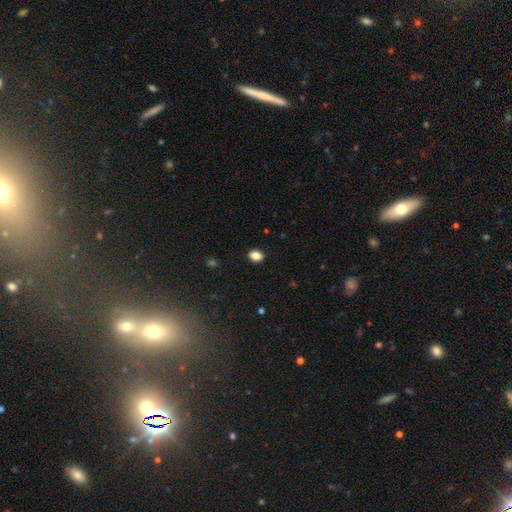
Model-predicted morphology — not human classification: Overall: smooth (87%). How rounded: in between (74%). Merging: none (89%).